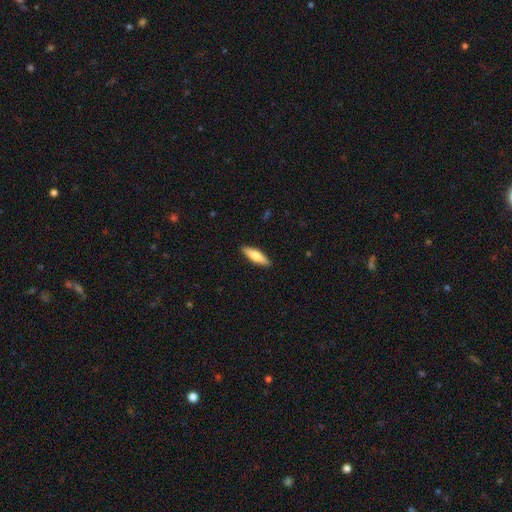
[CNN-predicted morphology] Smooth or featured? smooth (67%)
How rounded? cigar-shaped (61%)
Merging? none (90%)